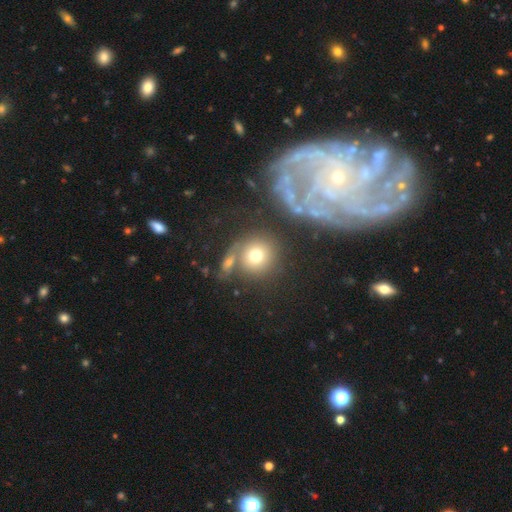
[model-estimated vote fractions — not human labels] A smooth galaxy with no disk features (71%) that is round (88%).

Vote fractions:
- Smooth or featured? smooth: 71% / featured or disk: 18% / star or artifact: 11%
- How rounded? round: 88% / in between: 11% / cigar-shaped: 1%
- Merging? none: 60% / merger: 21% / minor disturbance: 12% / major disturbance: 7%